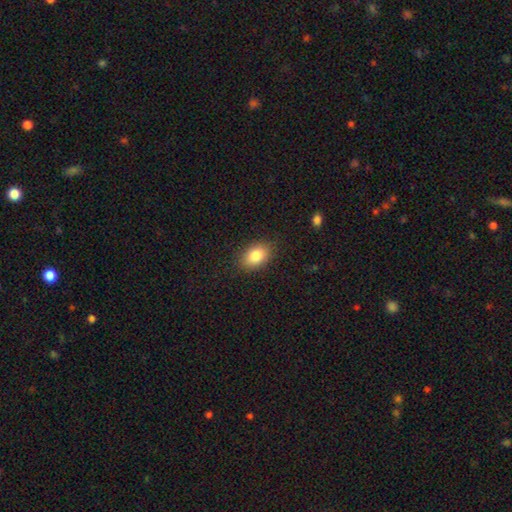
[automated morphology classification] Smooth or featured? smooth (84%)
How rounded? in between (84%)
Merging? none (87%)